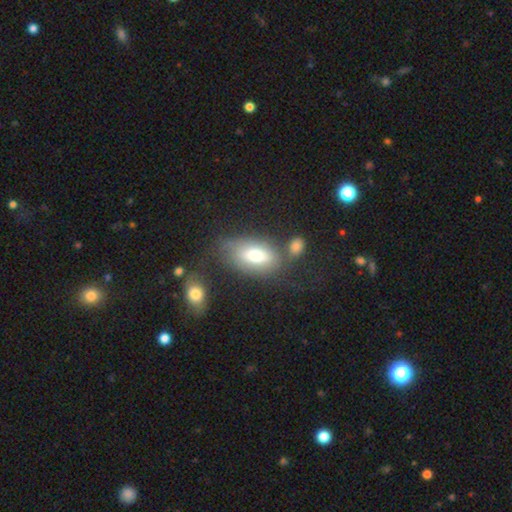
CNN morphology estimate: Overall: smooth (69%). How rounded: in between (89%). Merging: none (50%; minor disturbance 21%).